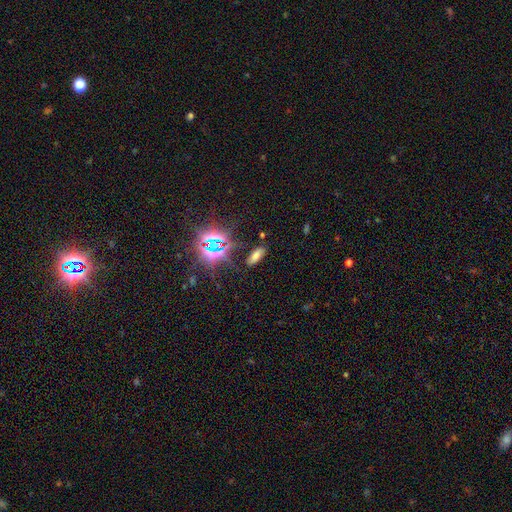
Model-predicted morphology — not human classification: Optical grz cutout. It shows a smooth galaxy with no disk features (54%) that is in between round and cigar-shaped (73%). Merging: none (82%).